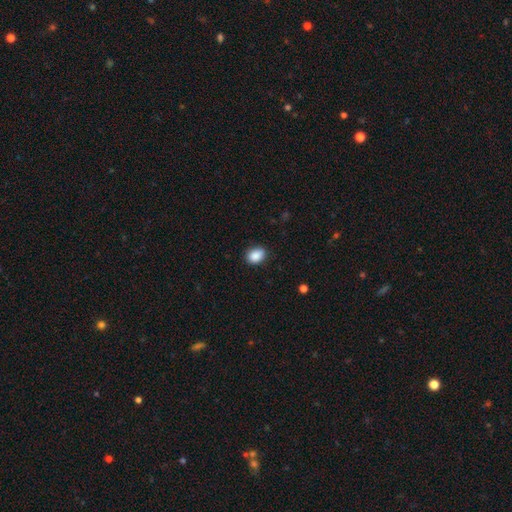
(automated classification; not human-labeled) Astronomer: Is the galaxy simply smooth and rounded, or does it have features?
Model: smooth — 89%.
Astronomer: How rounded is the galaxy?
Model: in between — 71%.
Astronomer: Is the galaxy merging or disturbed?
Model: none — 84%.